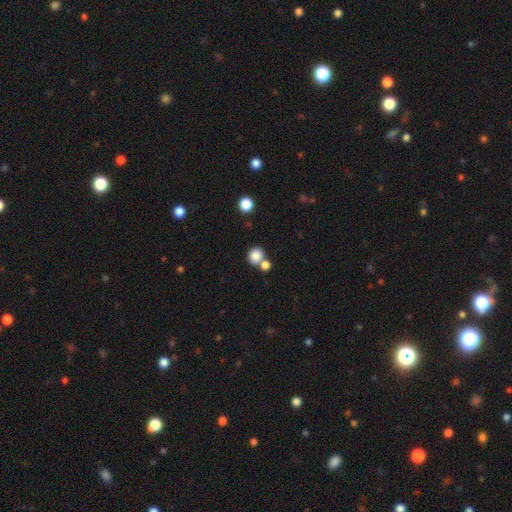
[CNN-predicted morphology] This appears to be a smooth galaxy with no disk features (84%) that is round (83%). Merging: none (54%).